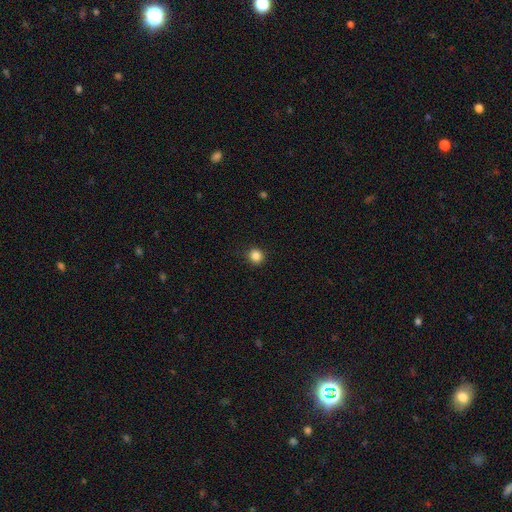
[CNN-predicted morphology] Smooth or featured? Predicted: smooth (p=0.85). How rounded? Predicted: round (p=0.91). Merging? Predicted: none (p=0.91).